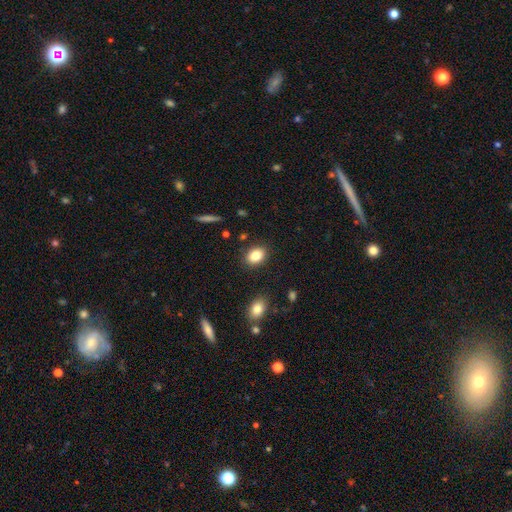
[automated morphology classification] Smooth or featured? smooth (84%)
How rounded? in between (73%)
Merging? none (87%)